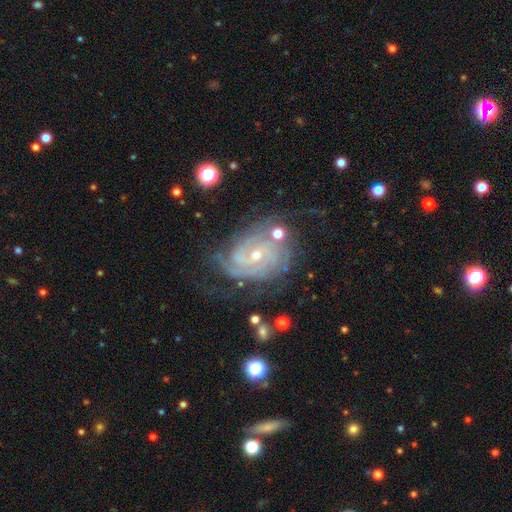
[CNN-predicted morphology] Smooth or featured: featured or disk — 89% (star or artifact — 6%)
Edge-on disk: no — 97% (yes — 3%)
Bar: no — 59% (weak — 31%)
Spiral arms: yes — 97% (no — 3%)
Spiral winding: tight — 74% (medium — 22%)
Spiral arm count: 3 — 25% (can't tell — 24%)
Bulge size: small — 67% (moderate — 30%)
Merging: none — 61% (minor disturbance — 22%)